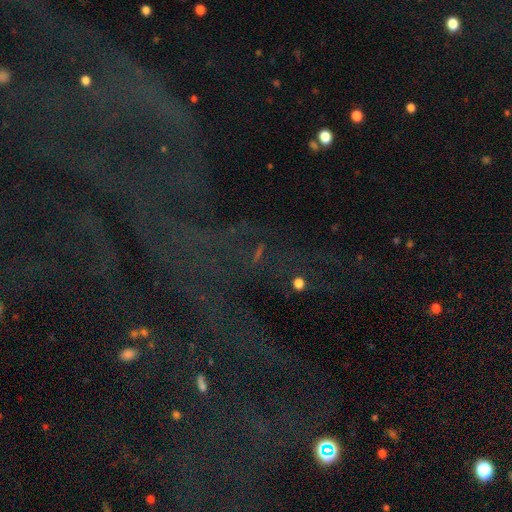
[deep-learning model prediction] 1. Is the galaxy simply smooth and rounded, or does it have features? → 75% star or artifact, 13% featured or disk, 11% smooth.